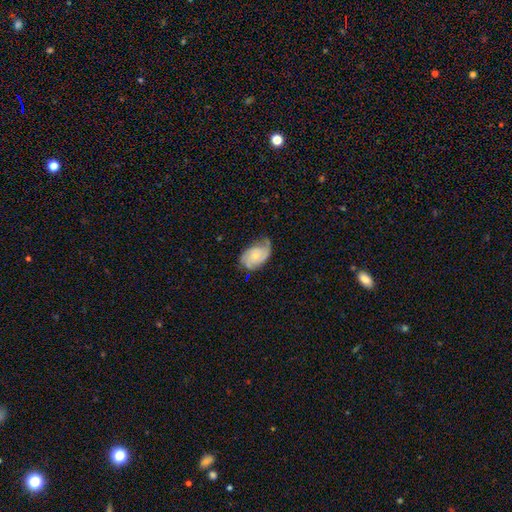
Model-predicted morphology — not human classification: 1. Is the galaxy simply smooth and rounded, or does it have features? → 56% featured or disk, 37% smooth, 7% star or artifact.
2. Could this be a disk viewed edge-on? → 96% no, 4% yes.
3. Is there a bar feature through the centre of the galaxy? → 77% no, 21% weak, 3% strong.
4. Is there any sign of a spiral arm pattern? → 87% yes, 13% no.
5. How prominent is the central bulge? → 60% small, 31% moderate, 6% none, 2% large, 1% dominant.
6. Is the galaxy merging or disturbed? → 47% none, 36% minor disturbance, 15% major disturbance, 2% merger.